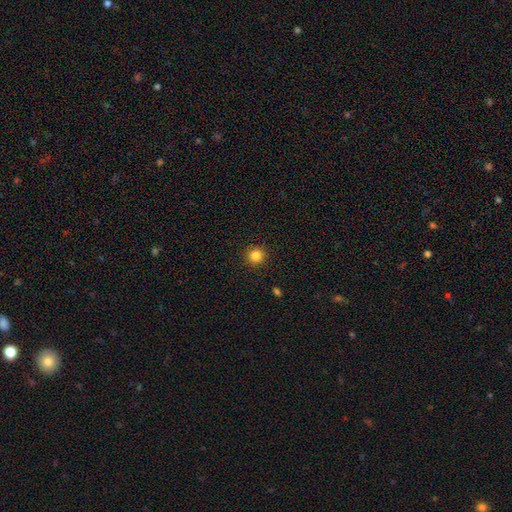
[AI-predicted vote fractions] Q: Smooth or featured?
A: smooth (84%); runner-up: star or artifact (11%)
Q: How rounded?
A: round (95%); runner-up: in between (4%)
Q: Merging?
A: none (92%); runner-up: minor disturbance (5%)